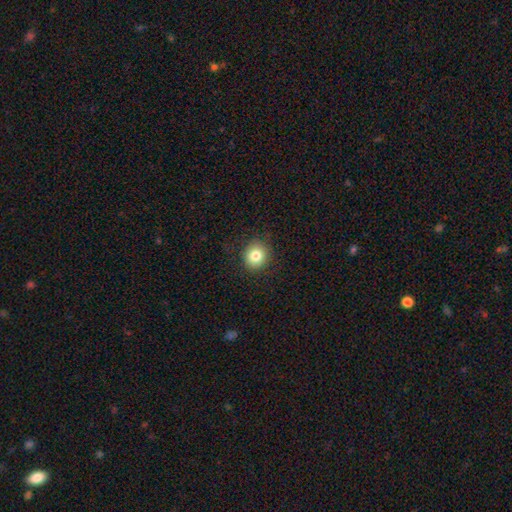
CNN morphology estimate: Smooth or featured: smooth — 82% (star or artifact — 10%)
How rounded: round — 78% (in between — 21%)
Merging: none — 88% (minor disturbance — 9%)